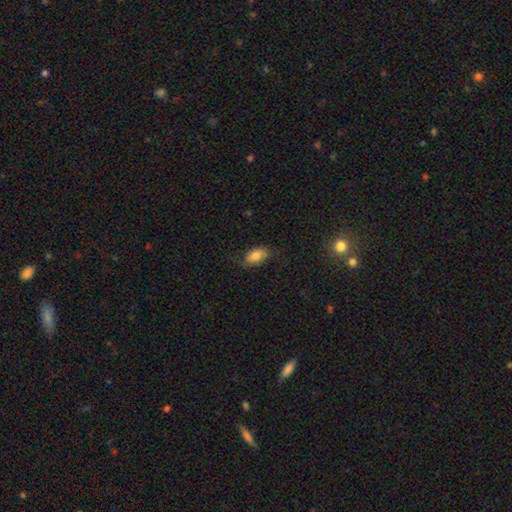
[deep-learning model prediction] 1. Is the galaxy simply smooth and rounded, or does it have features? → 78% smooth, 14% featured or disk, 8% star or artifact.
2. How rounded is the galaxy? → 91% in between, 6% round, 3% cigar-shaped.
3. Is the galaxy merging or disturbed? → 72% none, 20% minor disturbance, 6% major disturbance, 1% merger.